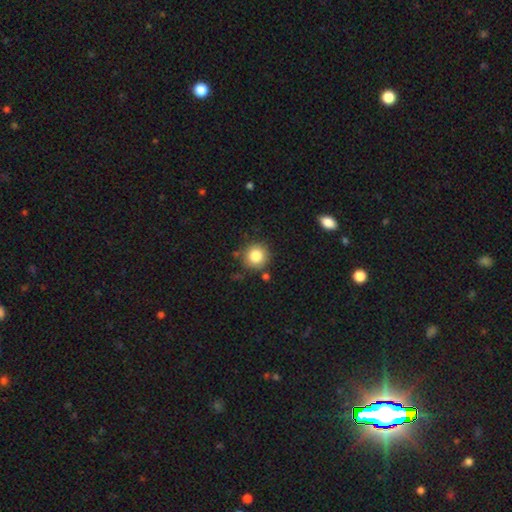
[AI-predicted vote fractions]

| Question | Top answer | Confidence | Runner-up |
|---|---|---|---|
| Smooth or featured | smooth | 84% | star or artifact (10%) |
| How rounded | round | 93% | in between (6%) |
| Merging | none | 82% | minor disturbance (10%) |